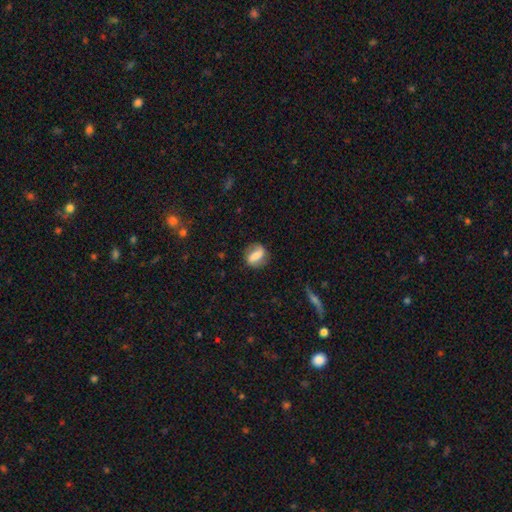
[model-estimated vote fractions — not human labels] The model was most divided on "smooth or featured": smooth: 48%, featured or disk: 44%, star or artifact: 8%. More confident: merging — none (79%).